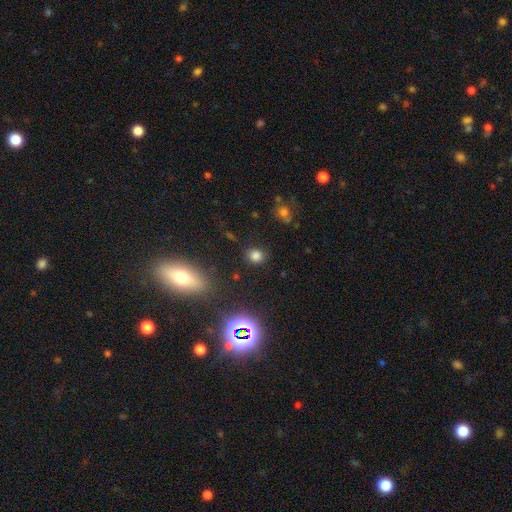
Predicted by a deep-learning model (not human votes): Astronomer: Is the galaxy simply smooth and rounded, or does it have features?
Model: smooth — 77%.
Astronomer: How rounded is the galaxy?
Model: round — 79%.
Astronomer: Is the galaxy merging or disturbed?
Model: none — 85%.